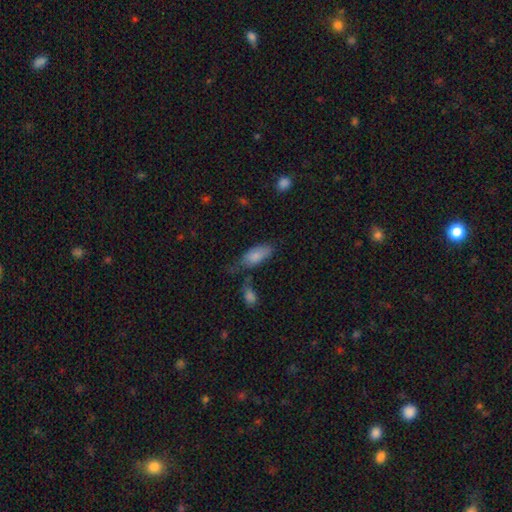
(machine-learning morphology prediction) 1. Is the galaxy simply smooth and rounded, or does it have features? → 82% smooth, 11% featured or disk, 7% star or artifact.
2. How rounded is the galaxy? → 85% in between, 13% cigar-shaped, 2% round.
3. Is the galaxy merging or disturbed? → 44% none, 27% minor disturbance, 15% merger, 14% major disturbance.